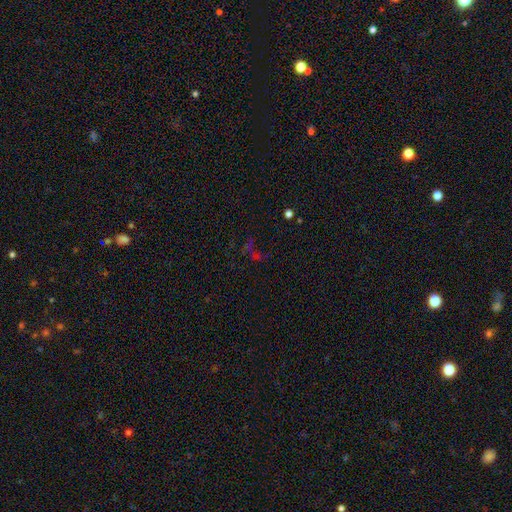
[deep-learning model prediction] Q: Smooth or featured?
A: star or artifact (61%); runner-up: smooth (25%)